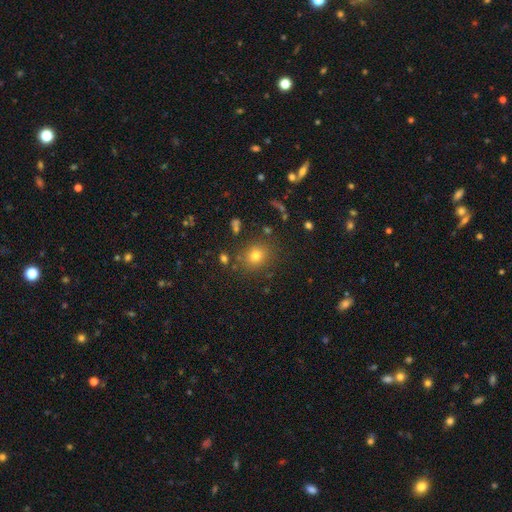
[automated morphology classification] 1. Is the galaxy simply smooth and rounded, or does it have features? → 76% smooth, 16% star or artifact, 8% featured or disk.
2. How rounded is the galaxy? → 73% round, 26% in between, 1% cigar-shaped.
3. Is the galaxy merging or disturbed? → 83% none, 10% minor disturbance, 4% merger, 4% major disturbance.